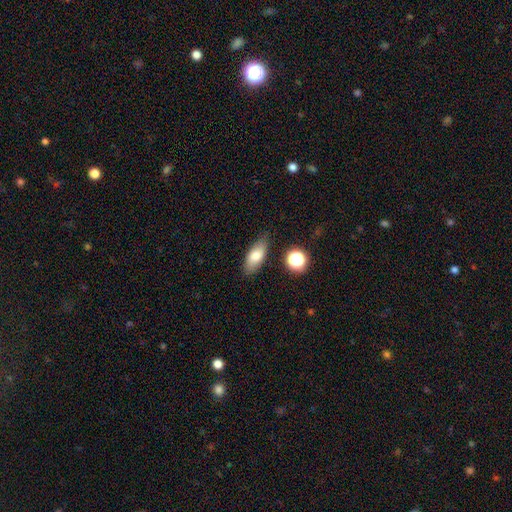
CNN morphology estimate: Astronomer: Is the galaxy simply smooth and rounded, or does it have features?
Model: smooth — 76%.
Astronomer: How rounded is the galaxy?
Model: in between — 79%.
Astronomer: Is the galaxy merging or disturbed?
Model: none — 80%.